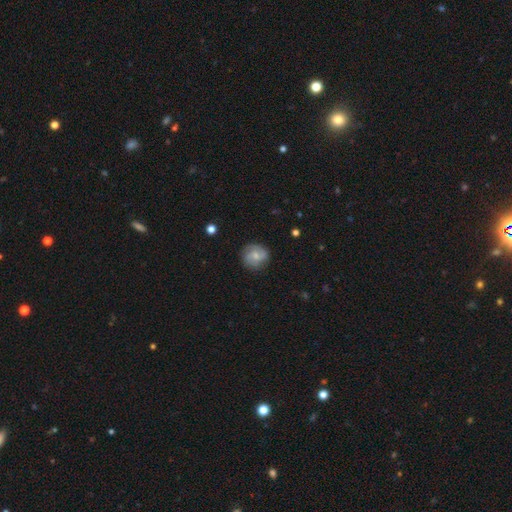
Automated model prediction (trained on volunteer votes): Smooth or featured?
  - smooth: 48% *
  - featured or disk: 44%
  - star or artifact: 8%
Merging?
  - none: 80% *
  - minor disturbance: 15%
  - major disturbance: 4%
  - merger: 1%